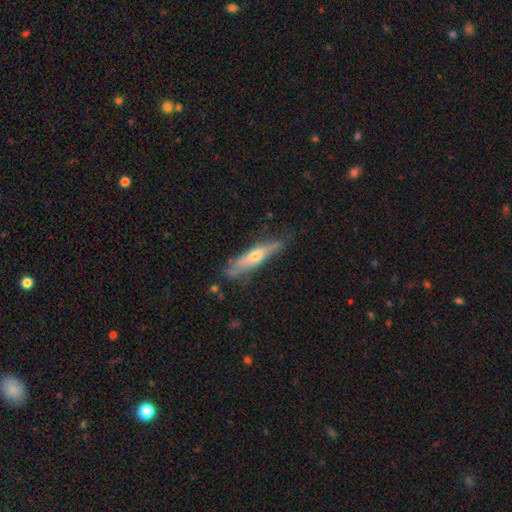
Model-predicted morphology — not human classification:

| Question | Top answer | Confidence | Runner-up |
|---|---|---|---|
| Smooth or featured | featured or disk | 50% | smooth (44%) |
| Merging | none | 66% | minor disturbance (24%) |